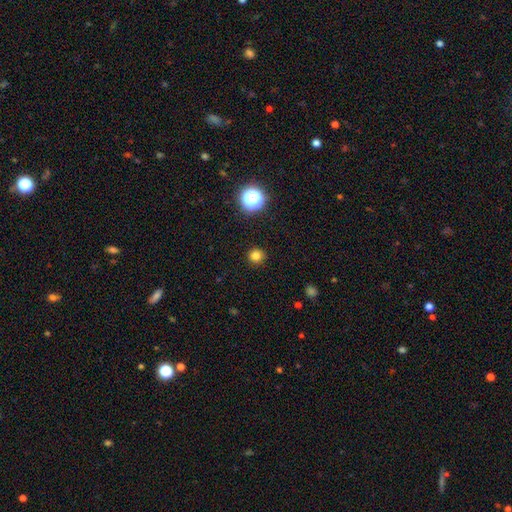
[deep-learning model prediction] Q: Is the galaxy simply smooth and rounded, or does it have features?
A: smooth — 80%.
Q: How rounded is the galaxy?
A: round — 94%.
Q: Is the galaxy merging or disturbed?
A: none — 90%.